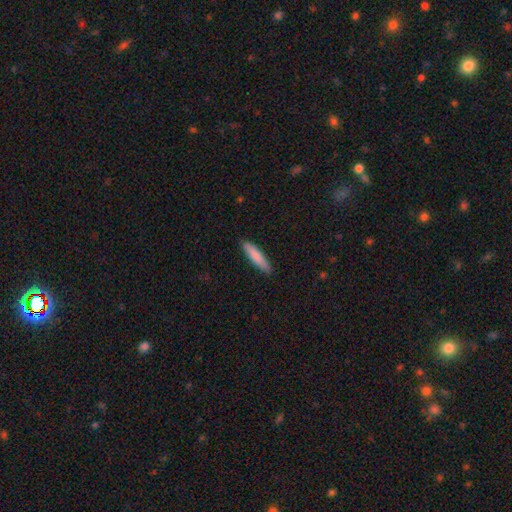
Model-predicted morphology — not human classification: Smooth or featured? Predicted: smooth (p=0.84). How rounded? Predicted: cigar-shaped (p=0.84). Merging? Predicted: none (p=0.89).